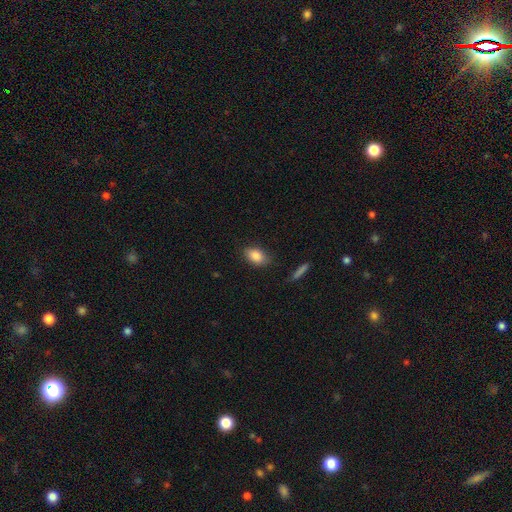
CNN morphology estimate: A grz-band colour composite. It shows a smooth galaxy with no disk features (87%) that is in between round and cigar-shaped (88%). Merging: none (79%).